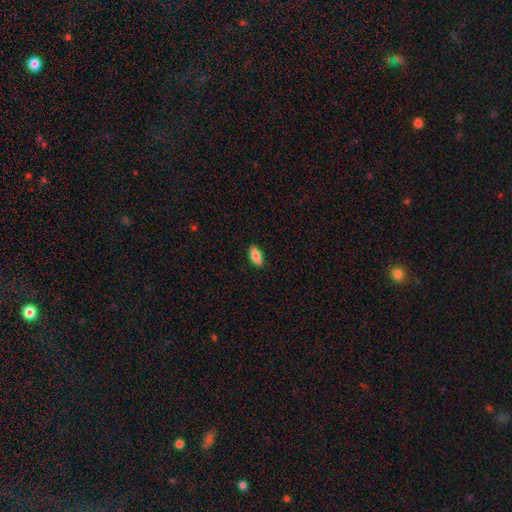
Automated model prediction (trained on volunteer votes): Smooth or featured? Predicted: smooth (p=0.82). How rounded? Predicted: in between (p=0.86). Merging? Predicted: none (p=0.88).